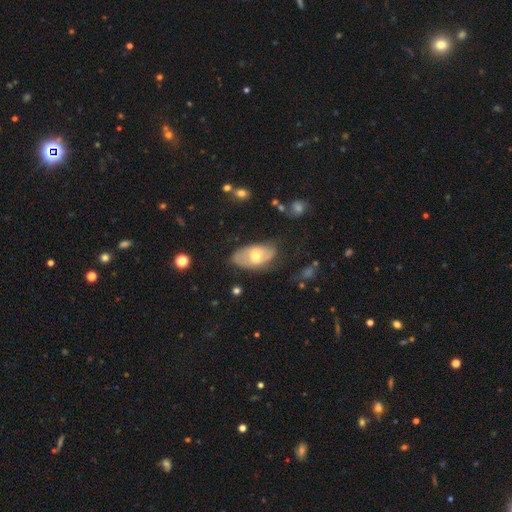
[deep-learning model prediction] Smooth or featured?
  - smooth: 47% * (tied)
  - featured or disk: 47% * (tied)
  - star or artifact: 7%
Merging?
  - none: 63% *
  - minor disturbance: 26%
  - major disturbance: 9%
  - merger: 2%